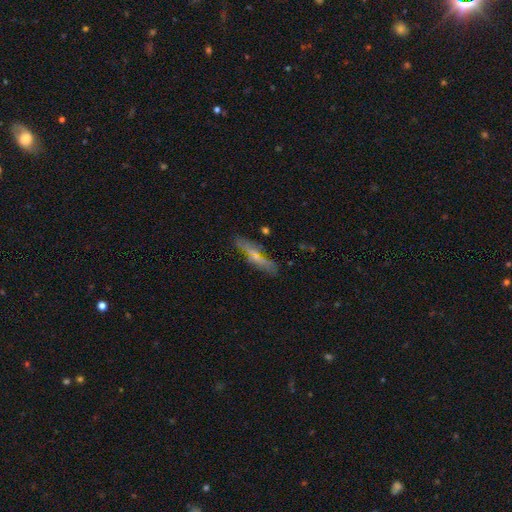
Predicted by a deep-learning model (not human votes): A featured or disk galaxy (47%).

Vote fractions:
- Smooth or featured? featured or disk: 47% / smooth: 44% / star or artifact: 8%
- Merging? none: 74% / minor disturbance: 17% / major disturbance: 5% / merger: 3%